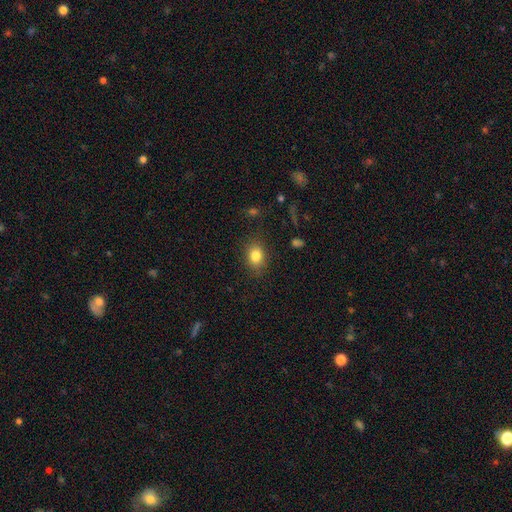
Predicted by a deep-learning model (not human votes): This appears to be a smooth galaxy with no disk features (82%) that is in between round and cigar-shaped (64%). Merging: none (83%).